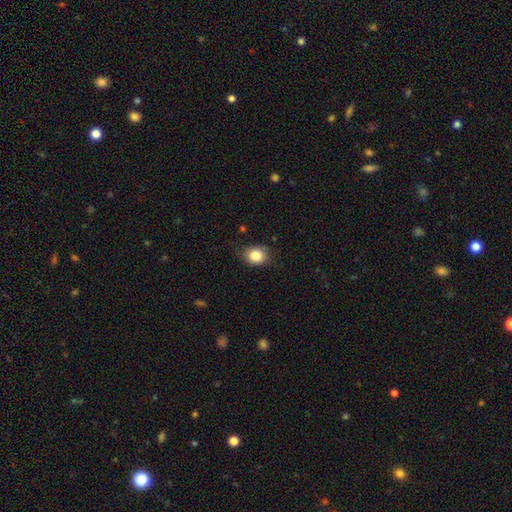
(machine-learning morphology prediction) Smooth or featured? Predicted: smooth (p=0.84). How rounded? Predicted: round (p=0.56). Merging? Predicted: none (p=0.79).